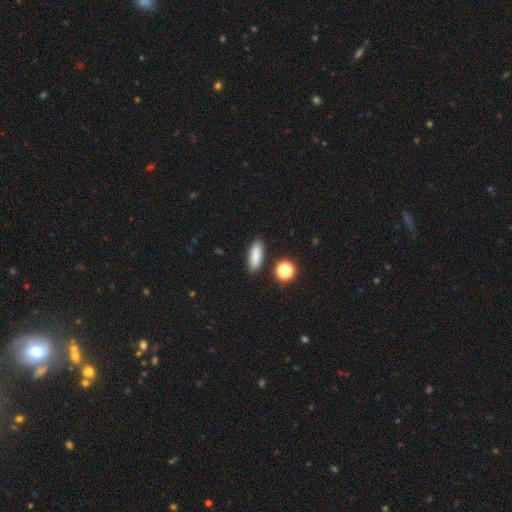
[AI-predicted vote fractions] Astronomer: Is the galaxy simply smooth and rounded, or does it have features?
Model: smooth — 85%.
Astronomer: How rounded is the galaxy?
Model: in between — 60% (runner-up: cigar-shaped, 36%).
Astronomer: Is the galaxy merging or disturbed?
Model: none — 87%.